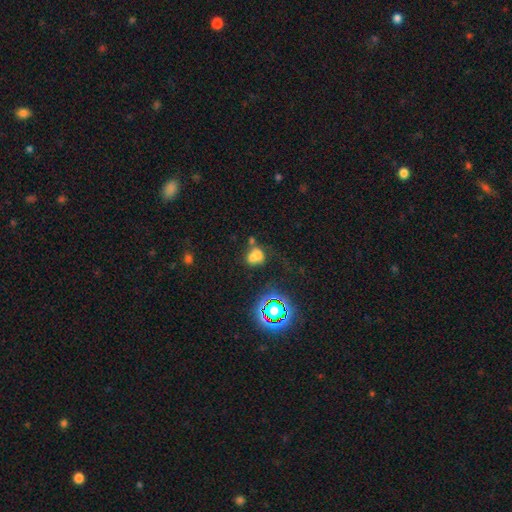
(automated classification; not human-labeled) smooth-or-featured: smooth: 61% | star or artifact: 20% | featured or disk: 19%
  how-rounded: round: 53% | in between: 45% | cigar-shaped: 2%
  merging: merger: 53% | none: 27% | minor disturbance: 11% | major disturbance: 9%